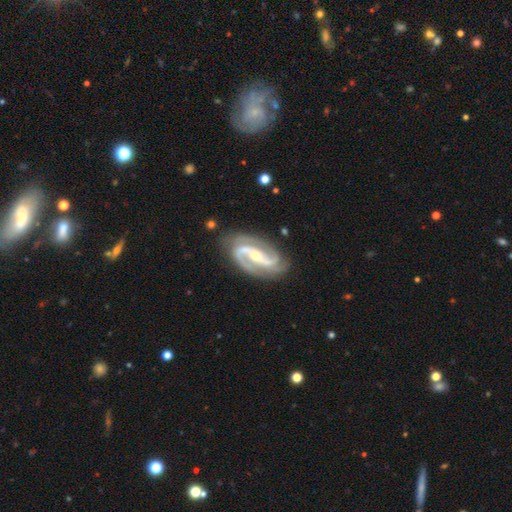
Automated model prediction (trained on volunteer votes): This is clearly a featured or disk galaxy (92%). It is clearly not viewed edge-on (96%). Bar: possibly strong (51%). Spiral arm pattern: clearly yes (98%). Spiral arm count: likely 2 (79%). Spiral winding: possibly medium (51%). Central bulge: possibly small (57%). Merging: clearly none (81%).